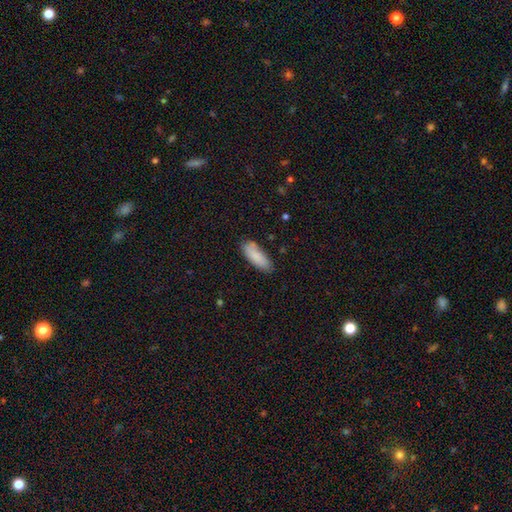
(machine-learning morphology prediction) type=smooth (86%); roundness=in between (70%); merging=none (79%).